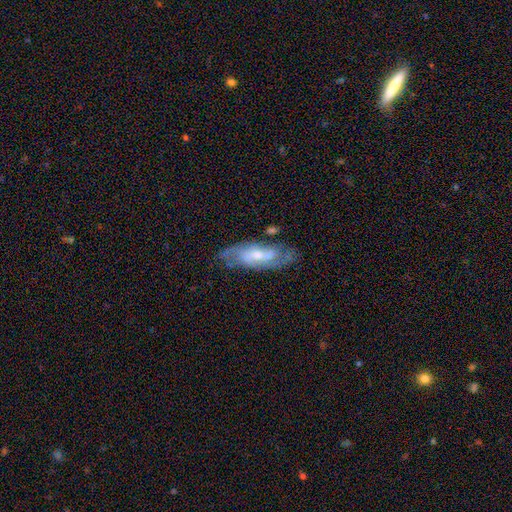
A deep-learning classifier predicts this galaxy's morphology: This is likely a featured or disk galaxy (77%). It is clearly not viewed edge-on (83%). Bar: marginally no (44%). Spiral arm pattern: clearly yes (93%). Spiral arm count: possibly 2 (52%). Spiral winding: possibly tight (46%). Central bulge: possibly small (50%). Merging: likely none (79%).